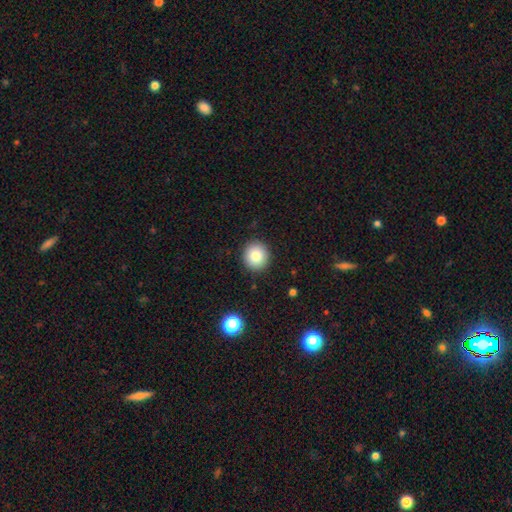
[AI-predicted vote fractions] Smooth or featured? Predicted: smooth (p=0.81). How rounded? Predicted: round (p=0.91). Merging? Predicted: none (p=0.91).